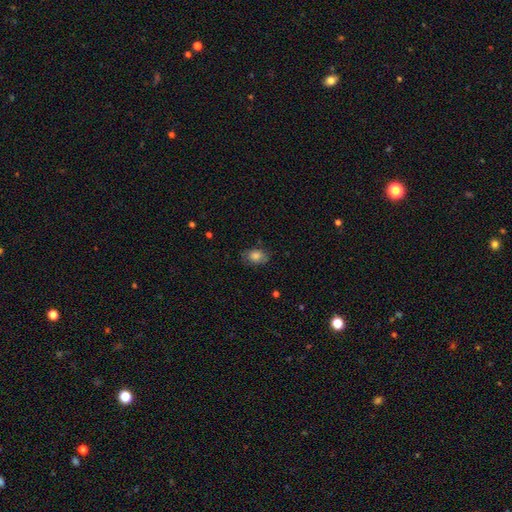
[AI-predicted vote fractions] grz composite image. It shows a smooth galaxy with no disk features (77%) that is in between round and cigar-shaped (77%). Merging: none (72%).